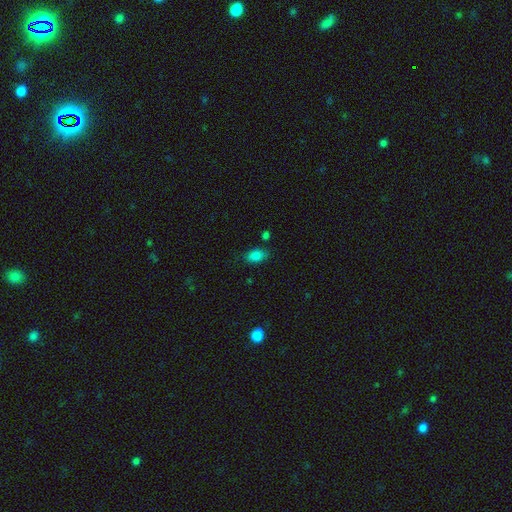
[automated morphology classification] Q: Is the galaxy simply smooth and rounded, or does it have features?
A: smooth — 84%.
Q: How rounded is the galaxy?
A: in between — 87%.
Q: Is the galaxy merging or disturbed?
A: none — 76%.